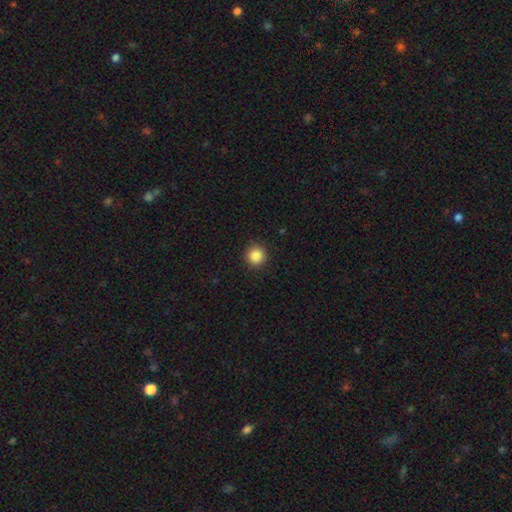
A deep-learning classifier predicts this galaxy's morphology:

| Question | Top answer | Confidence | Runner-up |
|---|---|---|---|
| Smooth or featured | smooth | 86% | star or artifact (10%) |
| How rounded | round | 94% | in between (5%) |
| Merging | none | 92% | minor disturbance (6%) |